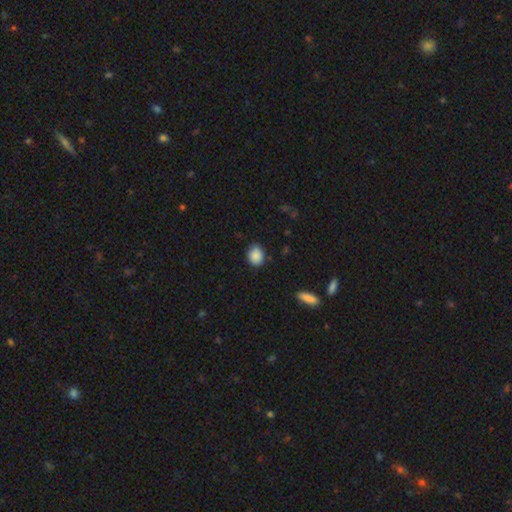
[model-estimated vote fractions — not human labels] Smooth or featured: smooth — 88% (star or artifact — 8%)
How rounded: in between — 52% (round — 47%)
Merging: none — 82% (minor disturbance — 14%)